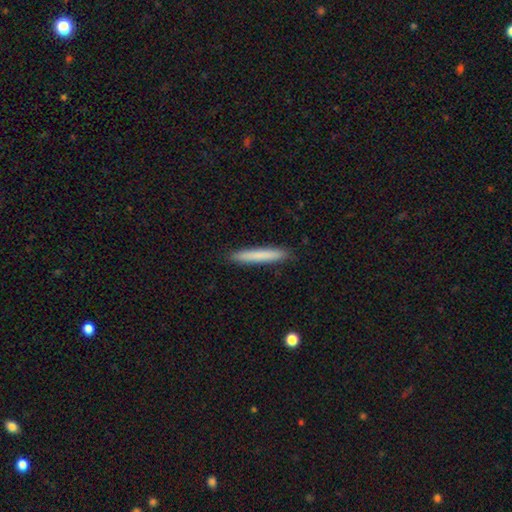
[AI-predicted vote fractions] Overall: smooth (78%). How rounded: cigar-shaped (96%). Merging: none (91%).